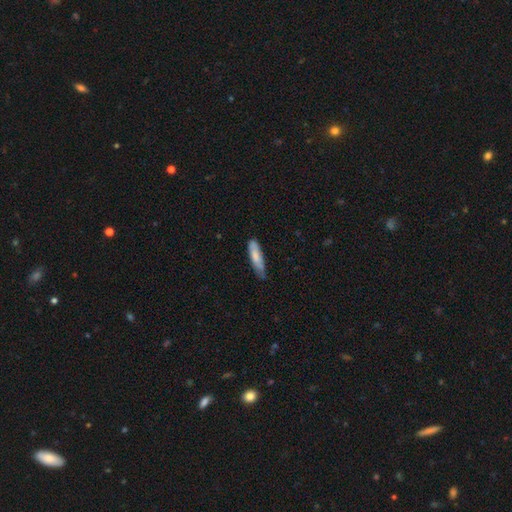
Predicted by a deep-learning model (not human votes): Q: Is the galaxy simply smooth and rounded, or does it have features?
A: smooth — 75%.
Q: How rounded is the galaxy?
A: cigar-shaped — 67%.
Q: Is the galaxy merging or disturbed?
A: none — 61%.